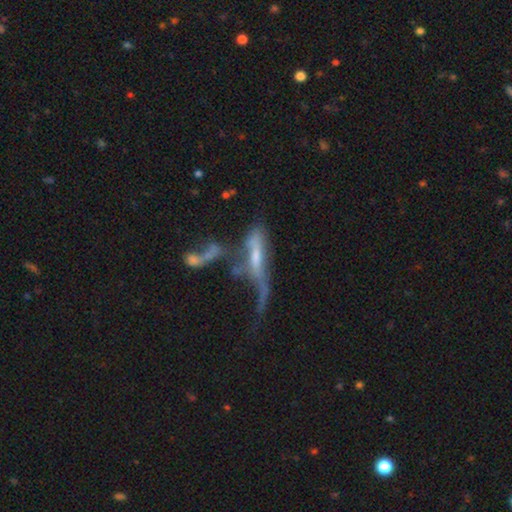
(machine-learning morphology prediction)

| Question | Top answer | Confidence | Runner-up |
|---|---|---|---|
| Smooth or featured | featured or disk | 54% | smooth (35%) |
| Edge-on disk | no | 59% | yes (41%) |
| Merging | major disturbance | 36% | tied: merger (36%) |